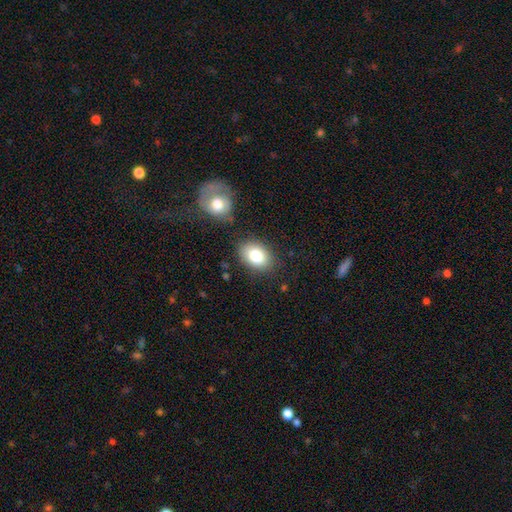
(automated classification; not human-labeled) smooth 80%, featured or disk 11%, star or artifact 9%. Down the decision tree: how rounded — in between (72%); merging — none (81%).